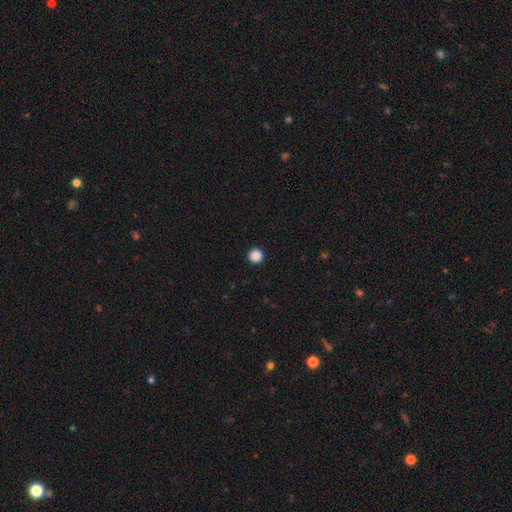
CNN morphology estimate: smooth-or-featured: smooth: 88% | star or artifact: 10% | featured or disk: 2%
  how-rounded: round: 97% | in between: 2% | cigar-shaped: 1%
  merging: none: 94% | minor disturbance: 4% | major disturbance: 1% | merger: 1%